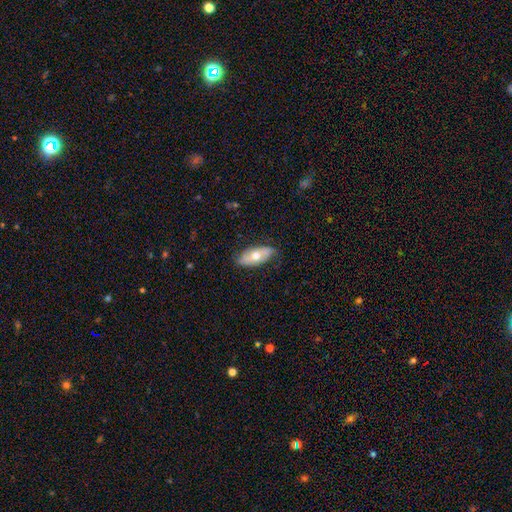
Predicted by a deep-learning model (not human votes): Smooth or featured?
  - smooth: 57% *
  - featured or disk: 37%
  - star or artifact: 6%
How rounded?
  - in between: 87% *
  - cigar-shaped: 10%
  - round: 3%
Merging?
  - none: 78% *
  - minor disturbance: 18%
  - major disturbance: 3%
  - merger: 1%